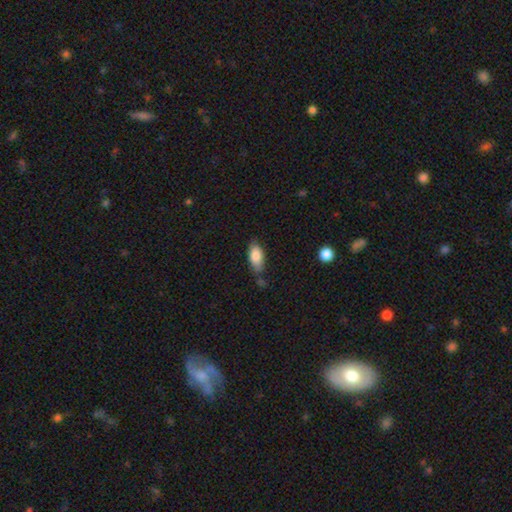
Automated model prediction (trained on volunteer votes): This is clearly a smooth galaxy (84%). How rounded: clearly in between (87%). Merging: likely none (63%).